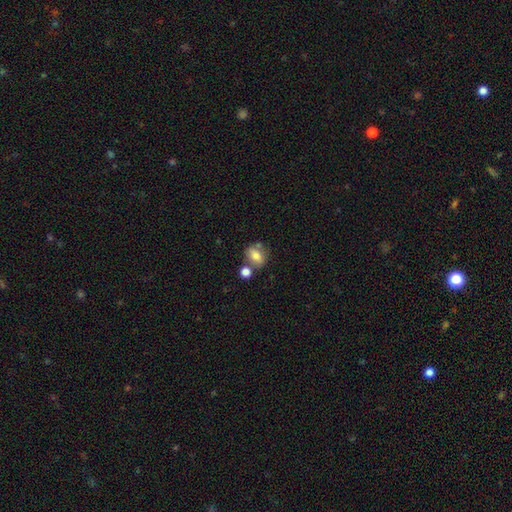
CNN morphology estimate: Smooth or featured?
  - smooth: 75% *
  - featured or disk: 15%
  - star or artifact: 10%
How rounded?
  - in between: 61% *
  - round: 37%
  - cigar-shaped: 2%
Merging?
  - none: 53% *
  - merger: 24%
  - minor disturbance: 16%
  - major disturbance: 6%